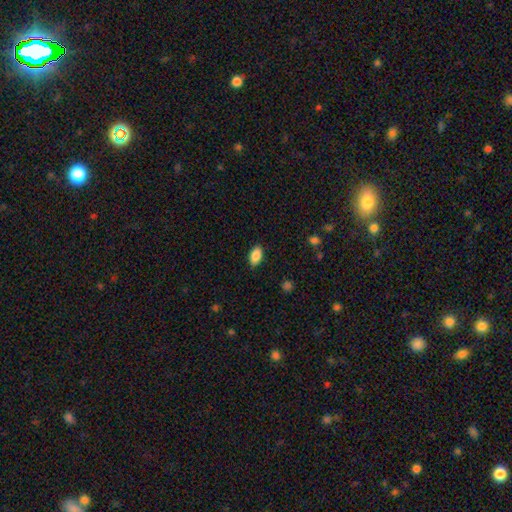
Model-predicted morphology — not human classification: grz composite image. It shows a smooth galaxy with no disk features (88%) that is in between round and cigar-shaped (92%). Merging: none (87%).